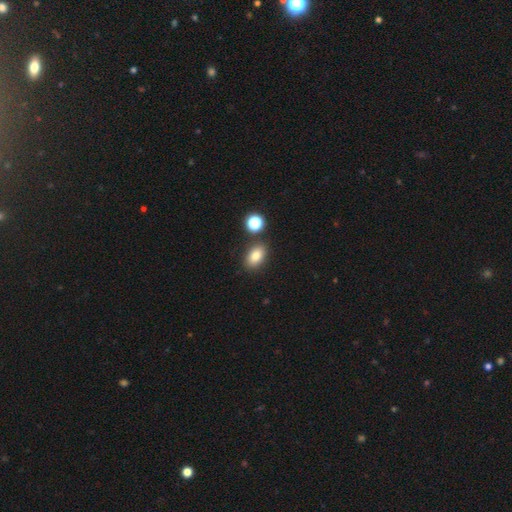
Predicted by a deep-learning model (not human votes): A smooth galaxy with no disk features (81%) that is in between round and cigar-shaped (83%). Merging: none (81%).